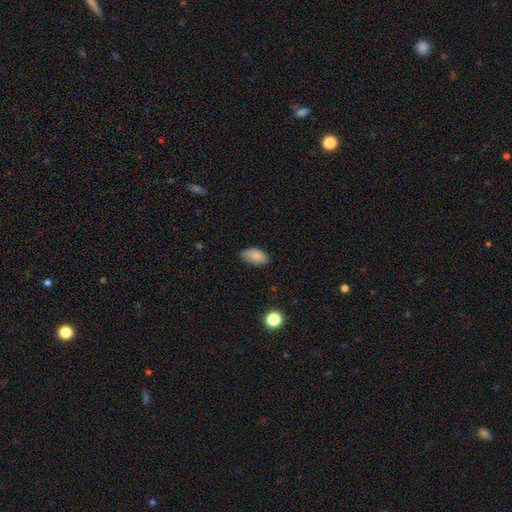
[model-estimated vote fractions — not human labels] smooth_or_featured: smooth (p=0.85) [alt: star or artifact p=0.08]
how_rounded: in between (p=0.93) [alt: round p=0.04]
merging: none (p=0.78) [alt: minor disturbance p=0.18]